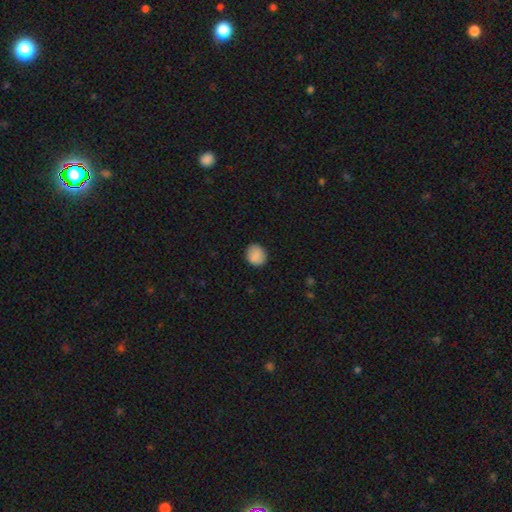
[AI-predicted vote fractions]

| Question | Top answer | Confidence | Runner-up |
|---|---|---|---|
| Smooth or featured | smooth | 88% | star or artifact (8%) |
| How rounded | round | 74% | in between (25%) |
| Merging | none | 87% | minor disturbance (9%) |